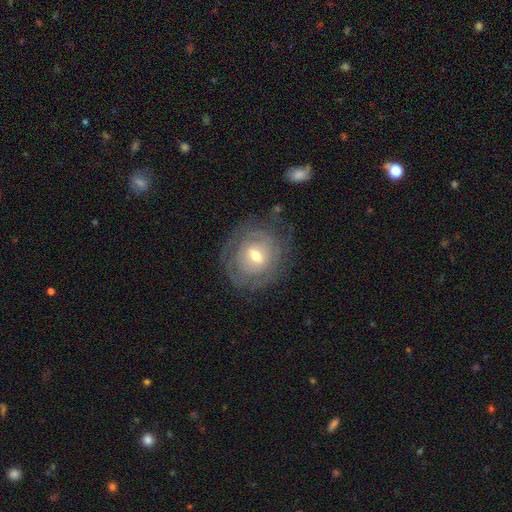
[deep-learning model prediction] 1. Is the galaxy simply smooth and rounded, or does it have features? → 68% featured or disk, 25% smooth, 7% star or artifact.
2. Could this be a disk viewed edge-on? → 96% no, 4% yes.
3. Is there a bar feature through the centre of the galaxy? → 48% weak, 39% no, 14% strong.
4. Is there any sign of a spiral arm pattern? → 71% yes, 29% no.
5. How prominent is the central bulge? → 62% moderate, 31% small, 5% large, 1% none, 1% dominant.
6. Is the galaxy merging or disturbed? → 70% none, 18% minor disturbance, 11% major disturbance, 2% merger.